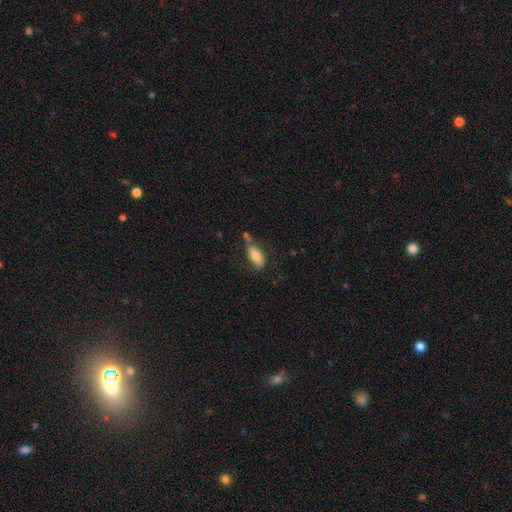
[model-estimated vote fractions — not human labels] Morphology: type=smooth (74%); roundness=in between (84%); merging=none (46%).